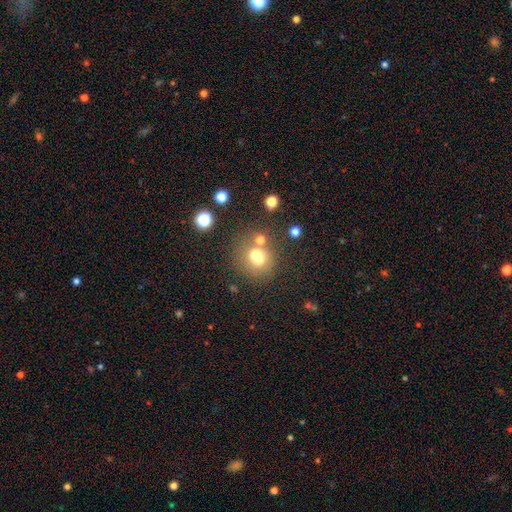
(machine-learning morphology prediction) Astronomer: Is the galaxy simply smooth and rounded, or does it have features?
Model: smooth — 63%.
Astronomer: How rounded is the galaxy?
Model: round — 76%.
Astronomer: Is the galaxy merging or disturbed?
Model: none — 48% (runner-up: merger, 34%).